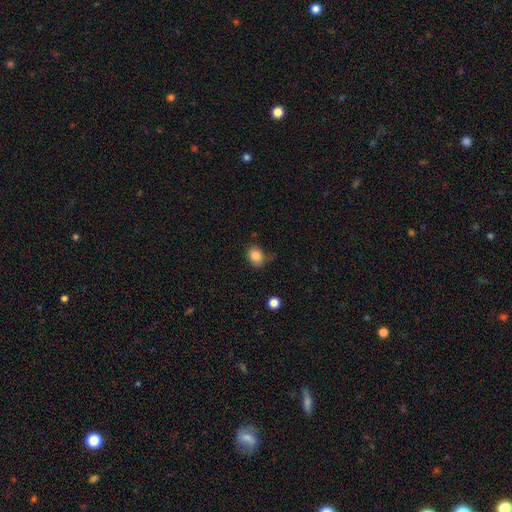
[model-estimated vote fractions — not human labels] Smooth or featured? Predicted: smooth (p=0.84). How rounded? Predicted: round (p=0.50). Merging? Predicted: none (p=0.65).